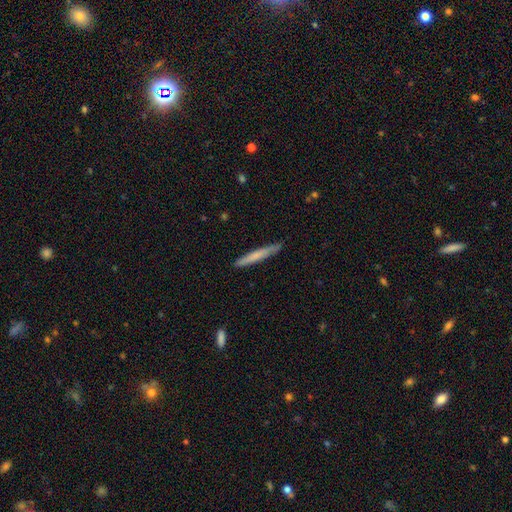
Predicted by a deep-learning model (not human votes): smooth_or_featured: smooth (p=0.65) [alt: featured or disk p=0.29]
how_rounded: cigar-shaped (p=0.96) [alt: in between p=0.03]
merging: none (p=0.87) [alt: minor disturbance p=0.10]